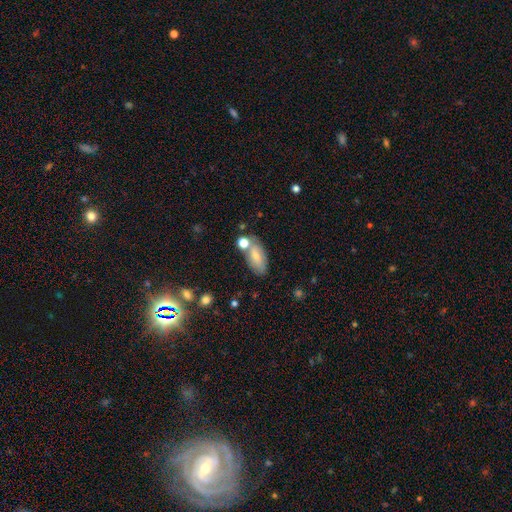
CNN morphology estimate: Smooth or featured: smooth — 73% (featured or disk — 20%)
How rounded: in between — 88% (cigar-shaped — 7%)
Merging: none — 60% (merger — 18%)